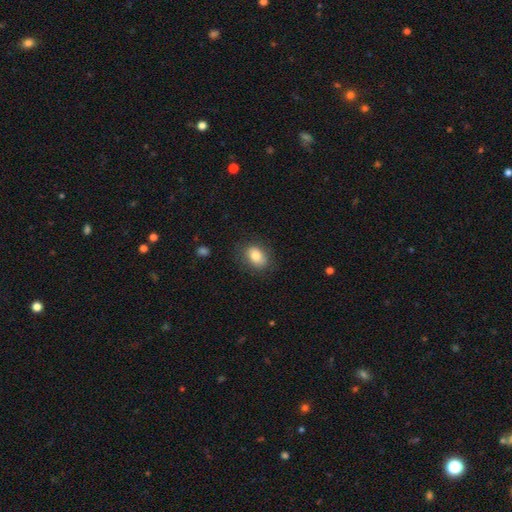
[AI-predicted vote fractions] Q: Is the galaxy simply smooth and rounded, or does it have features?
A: smooth — 83%.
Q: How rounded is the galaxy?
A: in between — 78%.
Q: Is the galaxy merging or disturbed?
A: none — 79%.